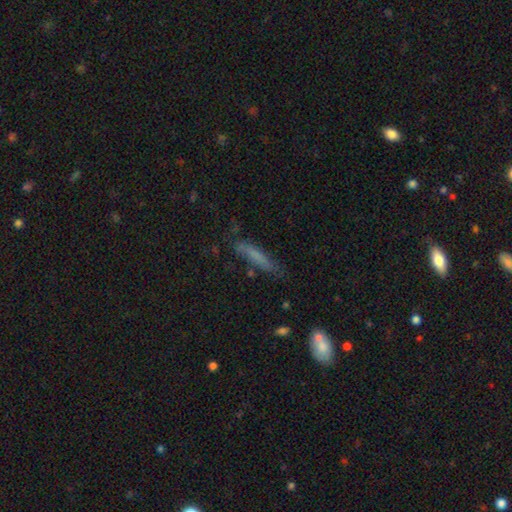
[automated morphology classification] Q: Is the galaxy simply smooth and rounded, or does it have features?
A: smooth — 64%.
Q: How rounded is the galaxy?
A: cigar-shaped — 89%.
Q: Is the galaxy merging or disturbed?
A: none — 70%.